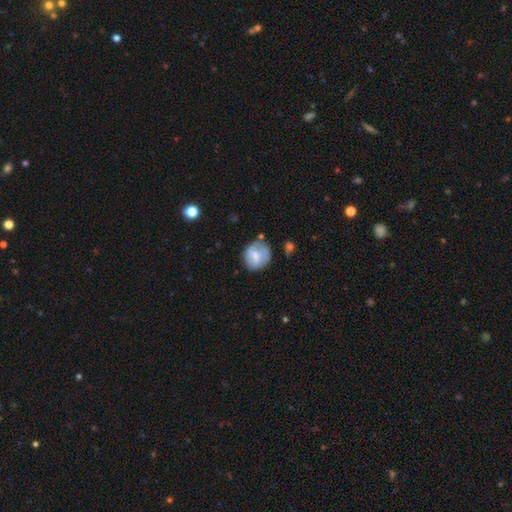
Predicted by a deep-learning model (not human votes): Smooth or featured? smooth (59%)
How rounded? round (80%)
Merging? none (60%)